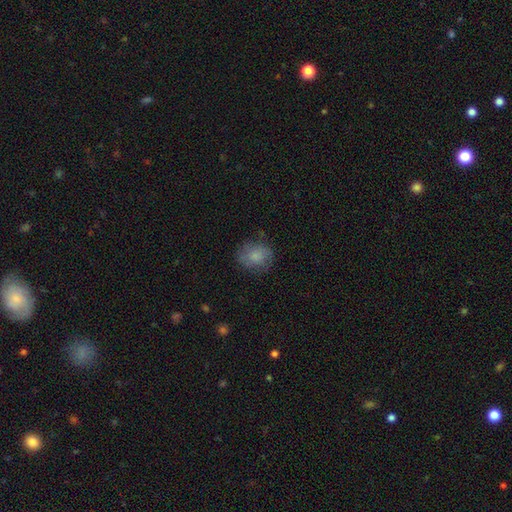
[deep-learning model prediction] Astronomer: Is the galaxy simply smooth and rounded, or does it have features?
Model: smooth — 74%.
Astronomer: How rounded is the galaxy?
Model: round — 64%.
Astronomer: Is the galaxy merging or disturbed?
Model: none — 73%.